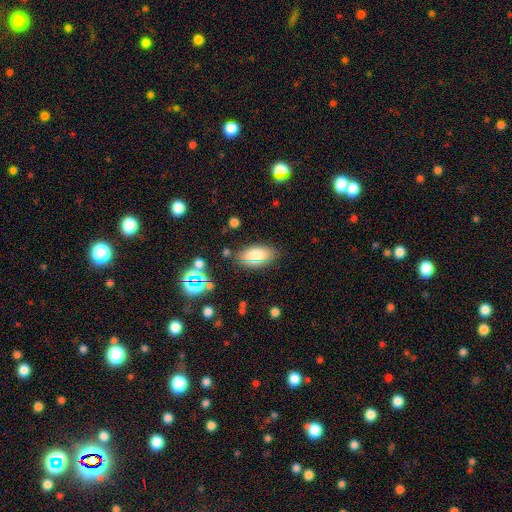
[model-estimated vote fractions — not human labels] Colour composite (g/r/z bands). It shows a smooth galaxy with no disk features (68%) that is in between round and cigar-shaped (90%). Merging: none (77%).